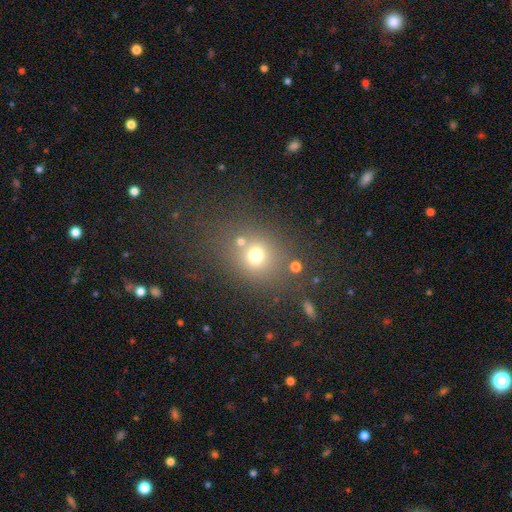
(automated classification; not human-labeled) Smooth or featured? Predicted: smooth (p=0.68). How rounded? Predicted: round (p=0.72). Merging? Predicted: none (p=0.66).